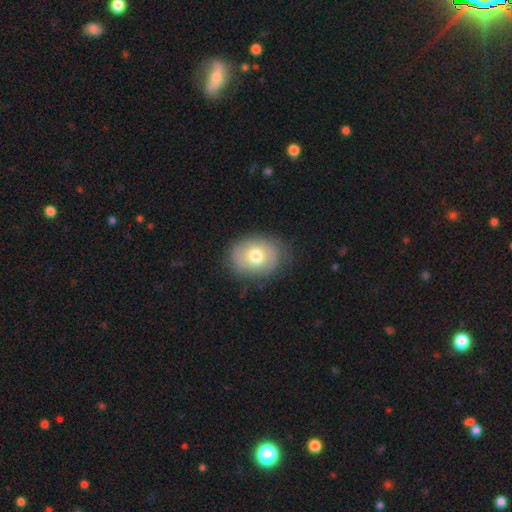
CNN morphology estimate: smooth_or_featured: smooth (p=0.53) [alt: featured or disk p=0.39]
how_rounded: round (p=0.53) [alt: in between p=0.46]
merging: none (p=0.76) [alt: minor disturbance p=0.17]